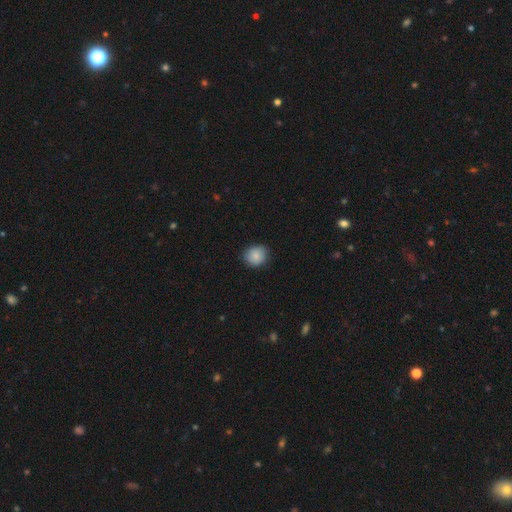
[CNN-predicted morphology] A smooth galaxy with no disk features (86%) that is round (79%).

Vote fractions:
- Smooth or featured? smooth: 86% / star or artifact: 8% / featured or disk: 6%
- How rounded? round: 79% / in between: 20% / cigar-shaped: 1%
- Merging? none: 85% / minor disturbance: 12% / major disturbance: 2% / merger: 1%